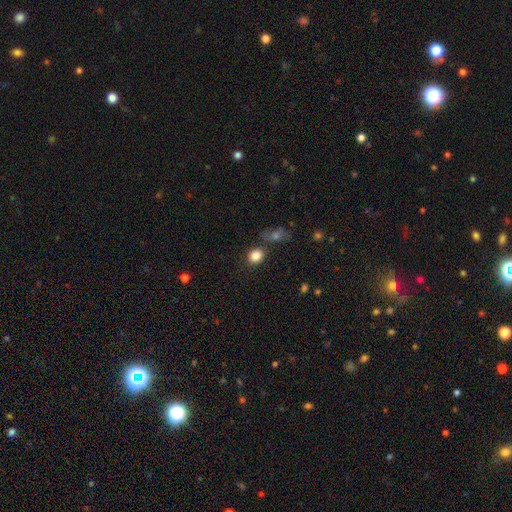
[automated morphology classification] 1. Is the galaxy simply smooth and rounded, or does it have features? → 84% smooth, 11% star or artifact, 6% featured or disk.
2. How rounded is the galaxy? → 65% round, 34% in between, 1% cigar-shaped.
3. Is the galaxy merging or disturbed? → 77% none, 12% minor disturbance, 7% merger, 4% major disturbance.